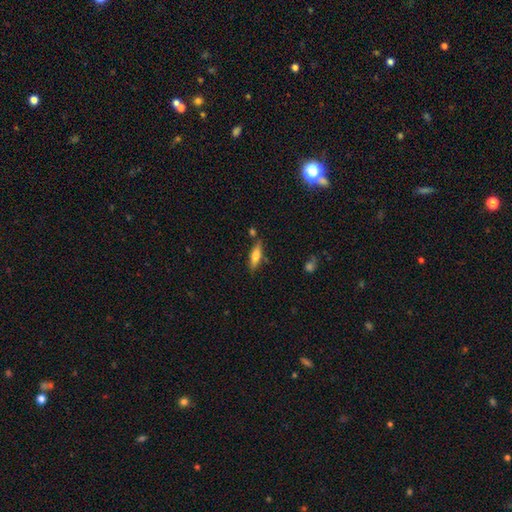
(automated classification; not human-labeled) Smooth or featured: smooth — 64% (featured or disk — 29%)
How rounded: cigar-shaped — 56% (in between — 42%)
Merging: none — 75% (minor disturbance — 15%)